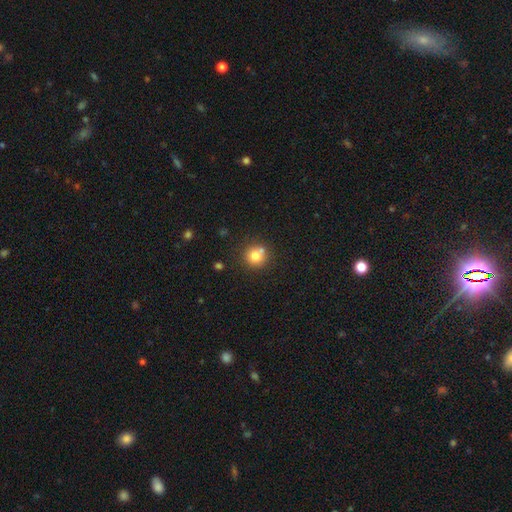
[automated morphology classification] Overall: smooth (77%). How rounded: round (90%). Merging: none (63%).